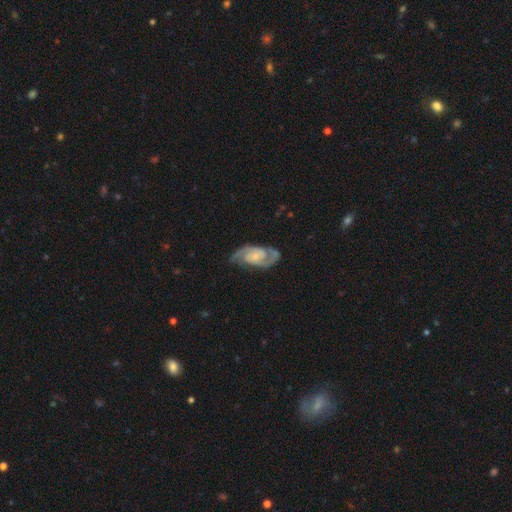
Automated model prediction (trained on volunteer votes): A featured or disk galaxy (89%) with no bar (53%), 2 (92%) medium (52%) spiral arms (98%) and a small central bulge (52%).

Vote fractions:
- Smooth or featured? featured or disk: 89% / smooth: 6% / star or artifact: 4%
- Edge-on disk? no: 97% / yes: 3%
- Bar? no: 53% / weak: 37% / strong: 10%
- Spiral arms? yes: 98% / no: 2%
- Spiral winding? medium: 52% / tight: 36% / loose: 12%
- Spiral arm count? 2: 92% / can't tell: 3% / 3: 2% / 1: 1% / 4: 1% / more than 4: 1%
- Bulge size? small: 52% / moderate: 22% / none: 20% / large: 4% / dominant: 1%
- Merging? none: 78% / minor disturbance: 15% / major disturbance: 5% / merger: 2%